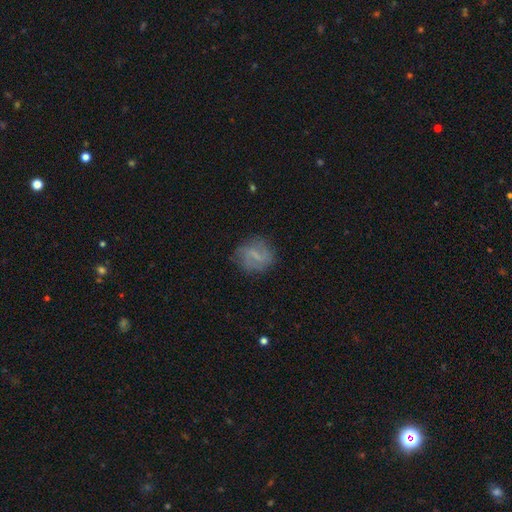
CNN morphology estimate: This appears to be a featured or disk galaxy (46%). Merging: none (72%).